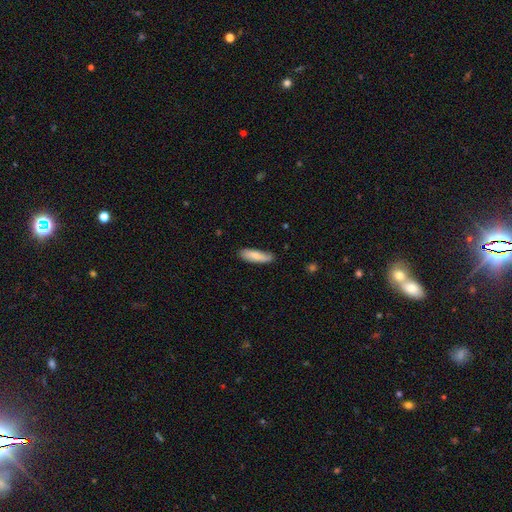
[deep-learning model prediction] A smooth galaxy with no disk features (79%) that is cigar-shaped (53%).

Vote fractions:
- Smooth or featured? smooth: 79% / featured or disk: 16% / star or artifact: 6%
- How rounded? cigar-shaped: 53% / in between: 45% / round: 2%
- Merging? none: 76% / minor disturbance: 19% / major disturbance: 3% / merger: 1%